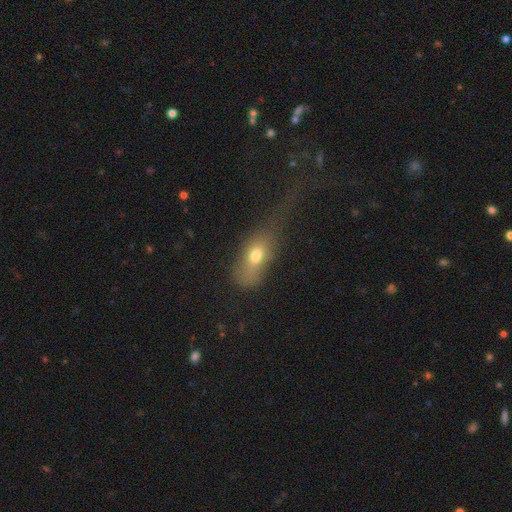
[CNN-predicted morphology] smooth 68%, featured or disk 21%, star or artifact 11%. Down the decision tree: how rounded — in between (77%); merging — major disturbance (48%).